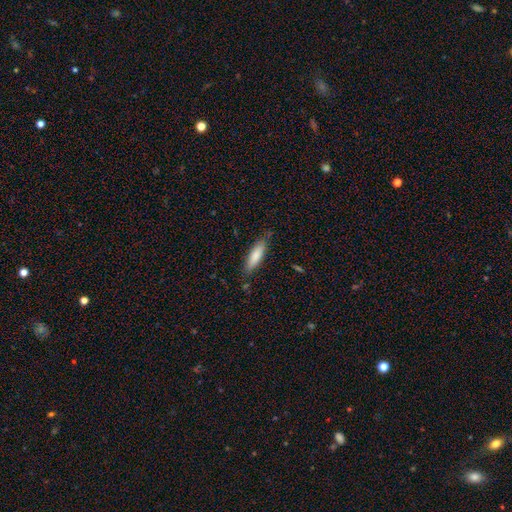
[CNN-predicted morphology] Q: Smooth or featured?
A: smooth (80%); runner-up: featured or disk (14%)
Q: How rounded?
A: cigar-shaped (64%); runner-up: in between (35%)
Q: Merging?
A: none (79%); runner-up: minor disturbance (16%)